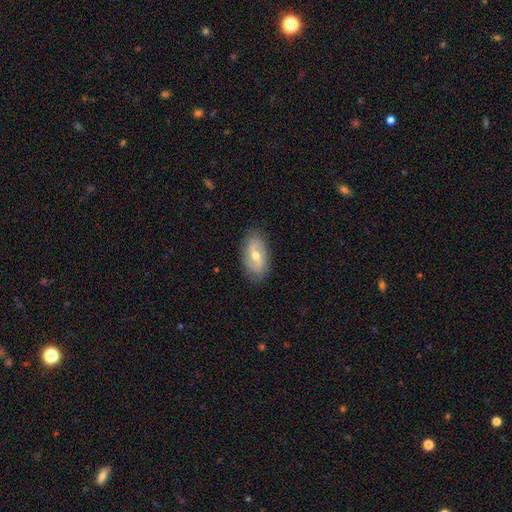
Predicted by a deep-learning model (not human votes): smooth_or_featured: featured or disk (p=0.62) [alt: smooth p=0.32]
disk_edge_on: no (p=0.91) [alt: yes p=0.09]
bar: weak (p=0.44) [alt: no p=0.34]
has_spiral_arms: yes (p=0.74) [alt: no p=0.26]
bulge_size: moderate (p=0.66) [alt: small p=0.29]
merging: none (p=0.85) [alt: minor disturbance p=0.11]